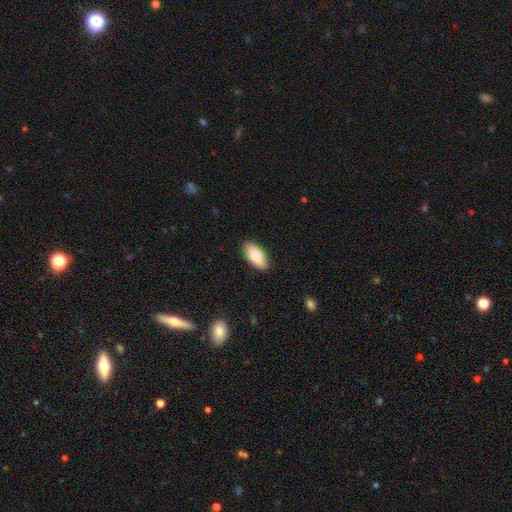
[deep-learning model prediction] smooth 78%, featured or disk 16%, star or artifact 6%. Down the decision tree: how rounded — in between (92%); merging — none (89%).